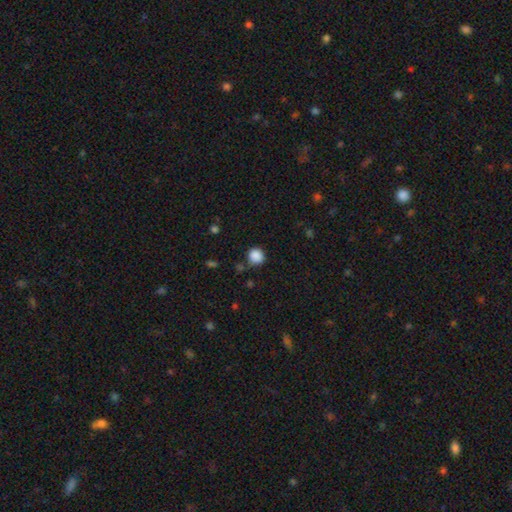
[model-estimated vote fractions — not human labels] This is clearly a smooth galaxy (87%). How rounded: clearly round (89%). Merging: likely none (77%).